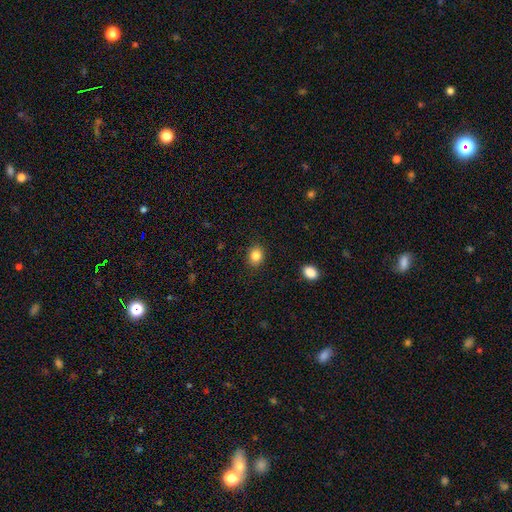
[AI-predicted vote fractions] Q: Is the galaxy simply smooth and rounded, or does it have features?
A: smooth — 85%.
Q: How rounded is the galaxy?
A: round — 56%.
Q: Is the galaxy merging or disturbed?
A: none — 88%.